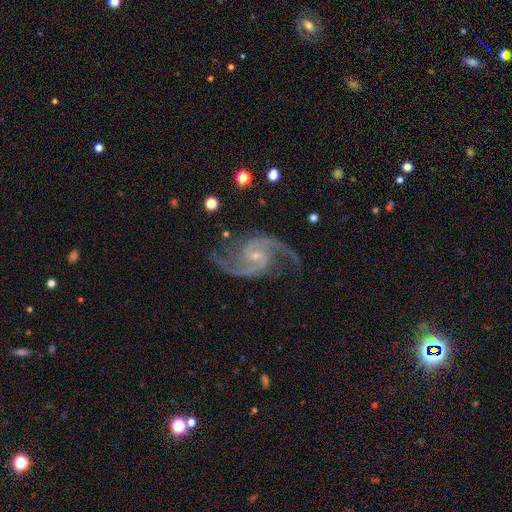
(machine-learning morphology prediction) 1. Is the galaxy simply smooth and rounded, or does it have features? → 93% featured or disk, 5% star or artifact, 2% smooth.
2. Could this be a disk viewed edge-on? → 98% no, 2% yes.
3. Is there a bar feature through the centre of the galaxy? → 44% weak, 43% no, 13% strong.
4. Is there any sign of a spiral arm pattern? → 98% yes, 2% no.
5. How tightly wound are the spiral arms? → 54% medium, 35% loose, 11% tight.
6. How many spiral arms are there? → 88% 2, 4% 3, 2% can't tell, 2% 4, 2% 1, 2% more than 4.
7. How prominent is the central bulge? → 75% small, 20% moderate, 3% none, 1% large, 1% dominant.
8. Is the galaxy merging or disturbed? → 74% none, 16% minor disturbance, 9% major disturbance, 2% merger.